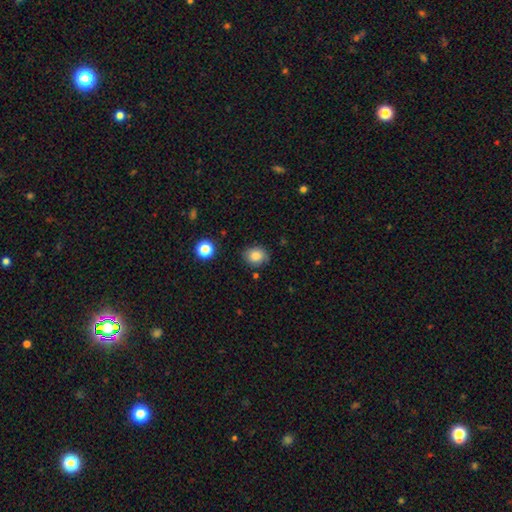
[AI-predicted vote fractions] smooth_or_featured: smooth (p=0.84) [alt: star or artifact p=0.10]
how_rounded: round (p=0.61) [alt: in between p=0.39]
merging: none (p=0.79) [alt: minor disturbance p=0.15]